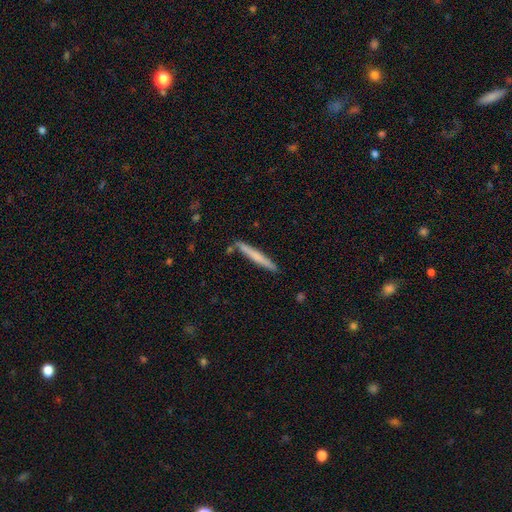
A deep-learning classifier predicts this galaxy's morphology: Smooth or featured?
  - smooth: 60% *
  - featured or disk: 35%
  - star or artifact: 6%
How rounded?
  - cigar-shaped: 96% *
  - in between: 2%
  - round: 1%
Merging?
  - none: 86% *
  - minor disturbance: 9%
  - merger: 3%
  - major disturbance: 2%